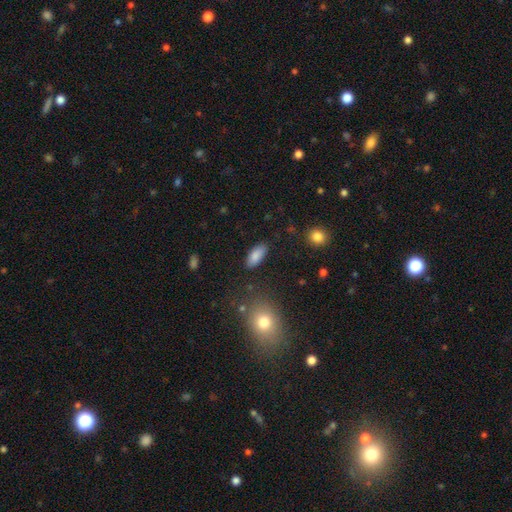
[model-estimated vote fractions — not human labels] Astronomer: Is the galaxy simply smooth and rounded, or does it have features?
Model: smooth — 85%.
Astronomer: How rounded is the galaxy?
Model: in between — 85%.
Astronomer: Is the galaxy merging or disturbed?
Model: none — 84%.